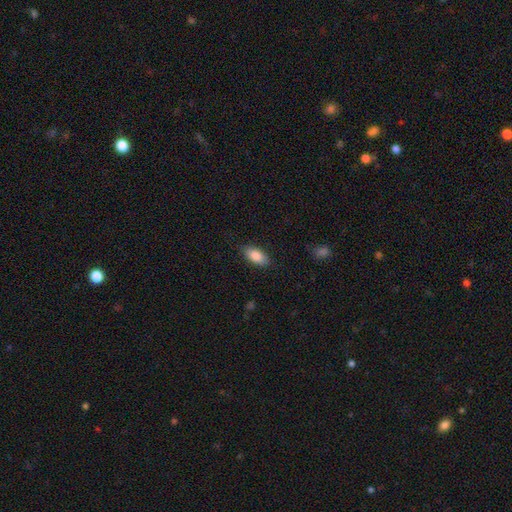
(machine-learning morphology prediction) This appears to be a smooth galaxy with no disk features (85%) that is in between round and cigar-shaped (90%). Merging: none (85%).